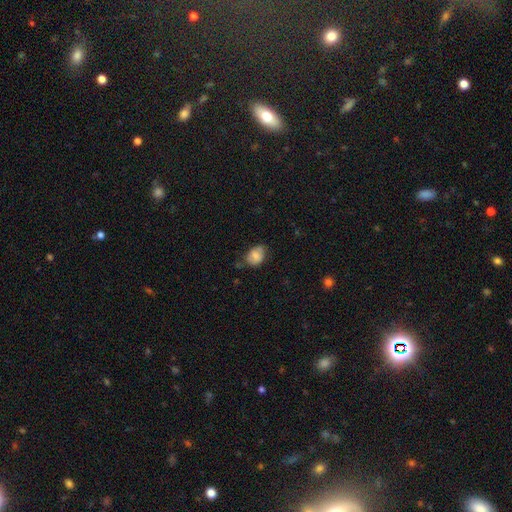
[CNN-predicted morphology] Overall: smooth (77%). How rounded: in between (69%; round 29%). Merging: none (59%; minor disturbance 30%).